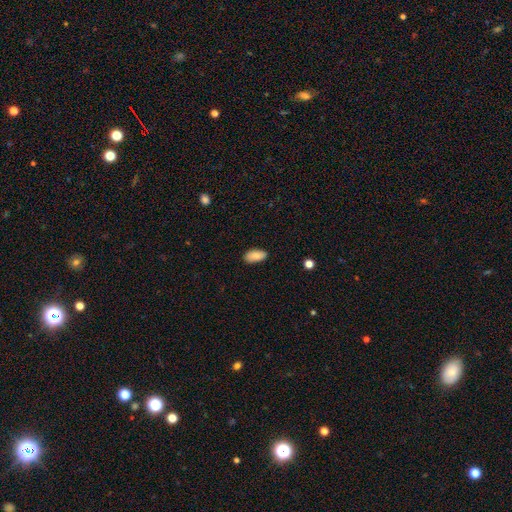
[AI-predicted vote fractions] Smooth or featured? Predicted: smooth (p=0.87). How rounded? Predicted: in between (p=0.93). Merging? Predicted: none (p=0.86).